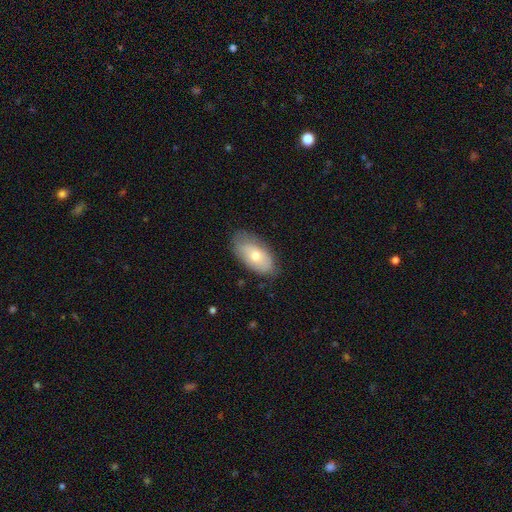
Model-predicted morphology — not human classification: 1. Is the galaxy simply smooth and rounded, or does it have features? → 64% smooth, 30% featured or disk, 6% star or artifact.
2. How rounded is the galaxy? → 93% in between, 4% round, 3% cigar-shaped.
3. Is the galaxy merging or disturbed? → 75% none, 20% minor disturbance, 4% major disturbance, 1% merger.